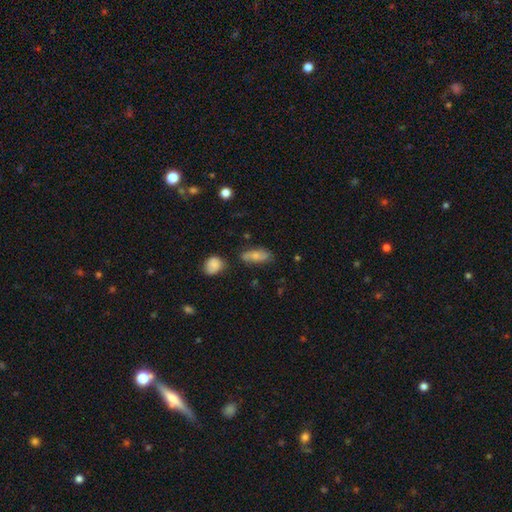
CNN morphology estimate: Q: Smooth or featured?
A: smooth (70%); runner-up: featured or disk (23%)
Q: How rounded?
A: in between (75%); runner-up: cigar-shaped (21%)
Q: Merging?
A: none (71%); runner-up: minor disturbance (19%)